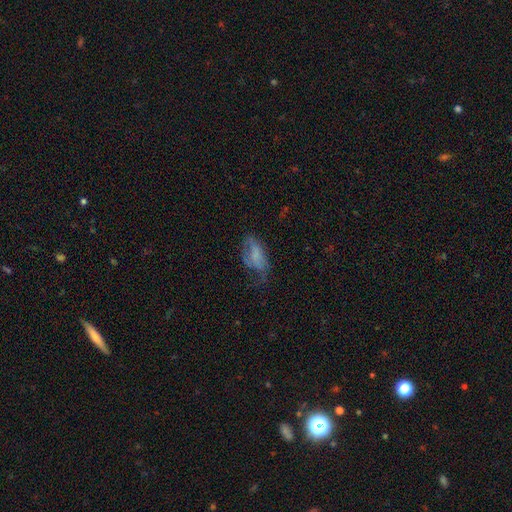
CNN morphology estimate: The model was most divided on "merging": major disturbance: 39%, none: 30%, minor disturbance: 29%, merger: 2%. Remaining: smooth or featured — smooth (50%).